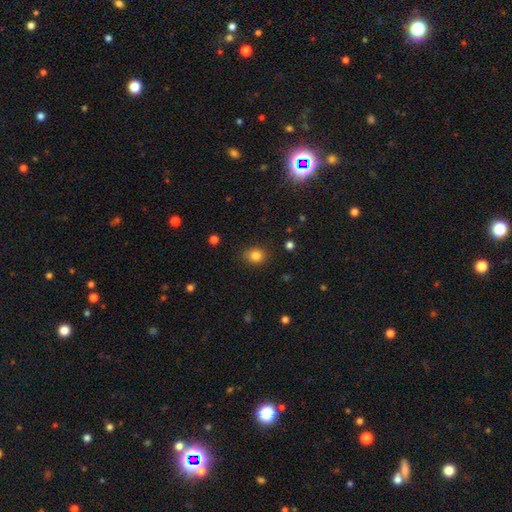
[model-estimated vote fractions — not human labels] smooth 83%, star or artifact 12%, featured or disk 6%. Down the decision tree: how rounded — round (63%); merging — none (83%).